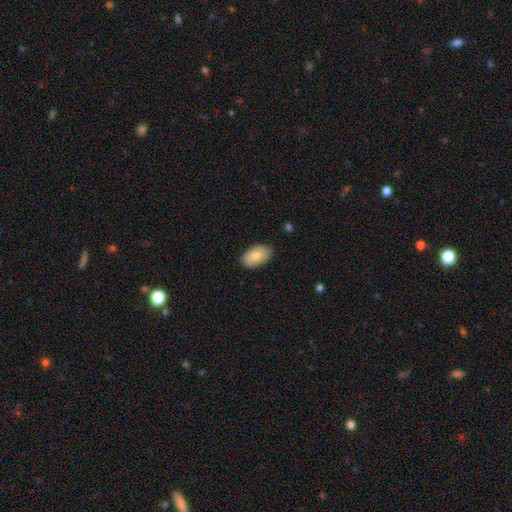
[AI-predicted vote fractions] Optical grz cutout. It shows a smooth galaxy with no disk features (78%) that is in between round and cigar-shaped (92%). Merging: none (83%).